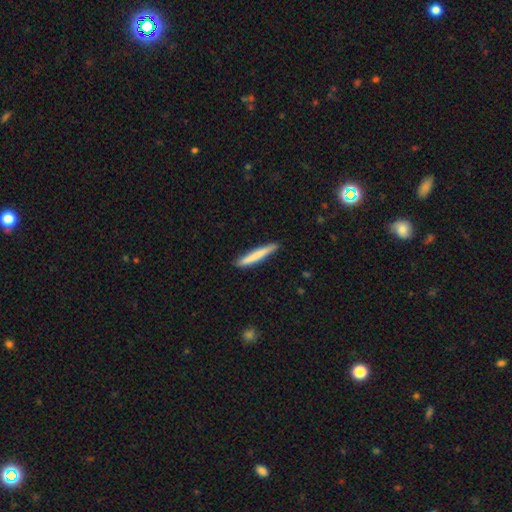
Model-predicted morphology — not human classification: Q: Smooth or featured?
A: smooth (75%); runner-up: featured or disk (20%)
Q: How rounded?
A: cigar-shaped (96%); runner-up: in between (3%)
Q: Merging?
A: none (88%); runner-up: minor disturbance (9%)